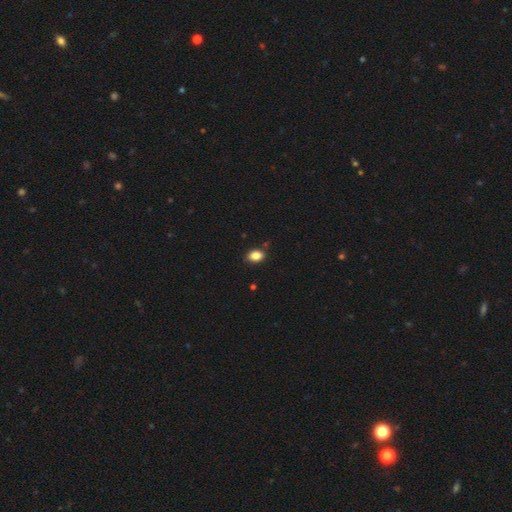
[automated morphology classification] Smooth or featured?
  - smooth: 85% *
  - star or artifact: 9%
  - featured or disk: 5%
How rounded?
  - in between: 76% *
  - round: 22%
  - cigar-shaped: 1%
Merging?
  - none: 81% *
  - minor disturbance: 14%
  - major disturbance: 2%
  - merger: 2%